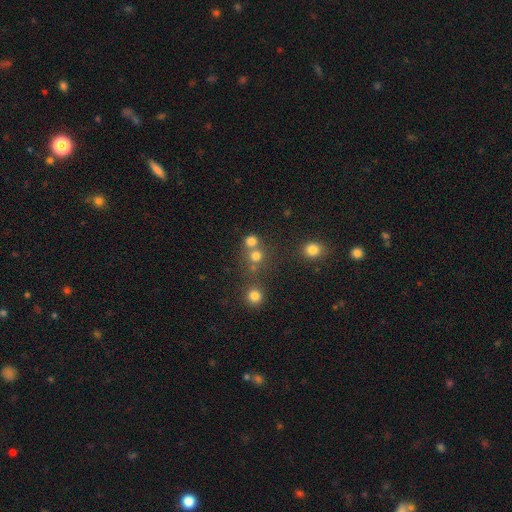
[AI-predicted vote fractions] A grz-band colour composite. It shows a smooth galaxy with no disk features (74%) that is round (89%). Merging: none (58%).